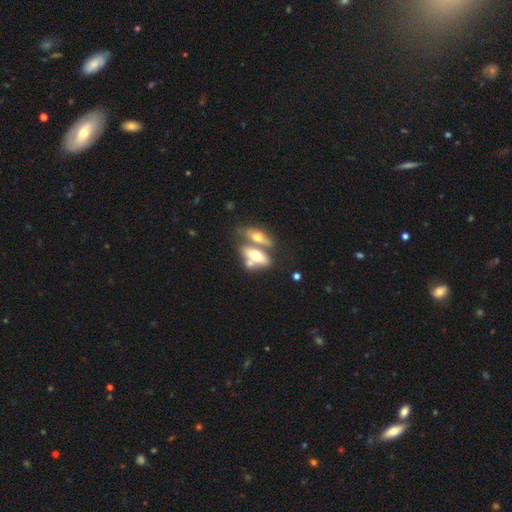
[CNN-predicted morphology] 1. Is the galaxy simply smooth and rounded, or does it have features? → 50% smooth, 44% featured or disk, 6% star or artifact.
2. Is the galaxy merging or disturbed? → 60% merger, 27% none, 8% minor disturbance, 5% major disturbance.